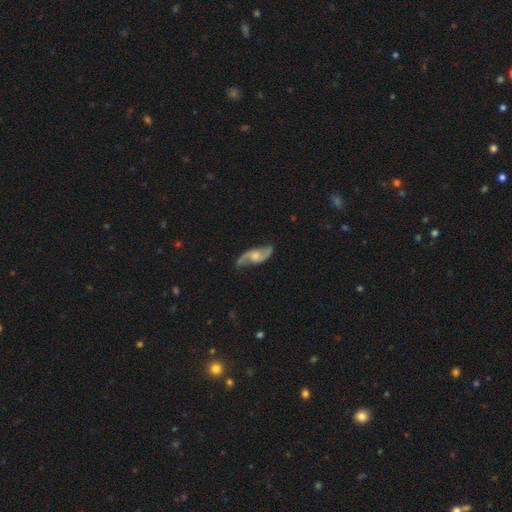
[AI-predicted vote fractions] smooth_or_featured: featured or disk (p=0.86) [alt: smooth p=0.09]
disk_edge_on: no (p=0.93) [alt: yes p=0.07]
bar: no (p=0.56) [alt: weak p=0.37]
has_spiral_arms: yes (p=0.96) [alt: no p=0.04]
spiral_winding: loose (p=0.62) [alt: medium p=0.31]
spiral_arm_count: 2 (p=0.93) [alt: can't tell p=0.02]
bulge_size: moderate (p=0.51) [alt: small p=0.29]
merging: none (p=0.79) [alt: minor disturbance p=0.15]